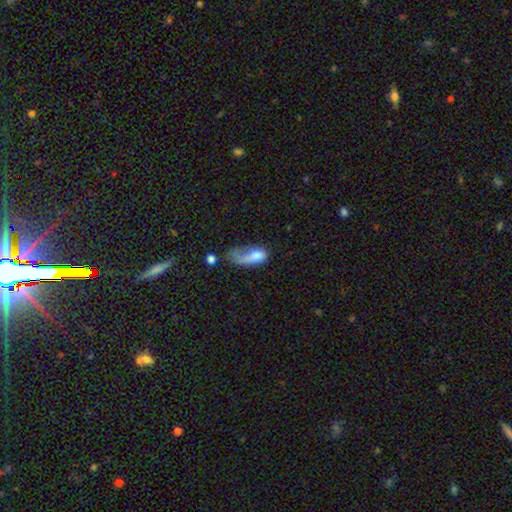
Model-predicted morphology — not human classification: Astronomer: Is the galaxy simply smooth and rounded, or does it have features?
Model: smooth — 61%.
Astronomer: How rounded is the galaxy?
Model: in between — 81%.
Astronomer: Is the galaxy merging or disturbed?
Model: major disturbance — 57%.